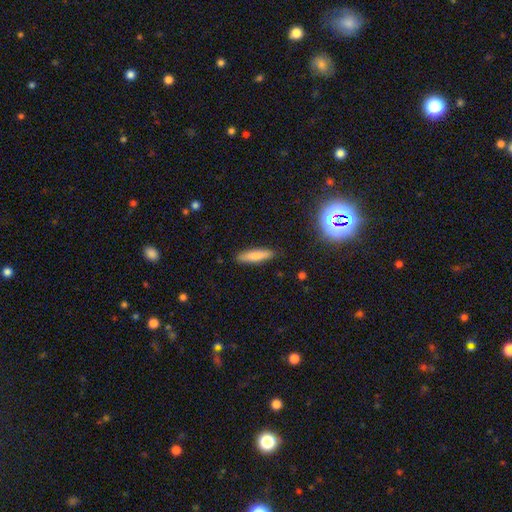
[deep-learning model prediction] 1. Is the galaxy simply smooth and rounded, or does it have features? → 79% smooth, 14% featured or disk, 7% star or artifact.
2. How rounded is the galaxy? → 78% cigar-shaped, 20% in between, 2% round.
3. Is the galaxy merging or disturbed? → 89% none, 8% minor disturbance, 2% major disturbance, 1% merger.